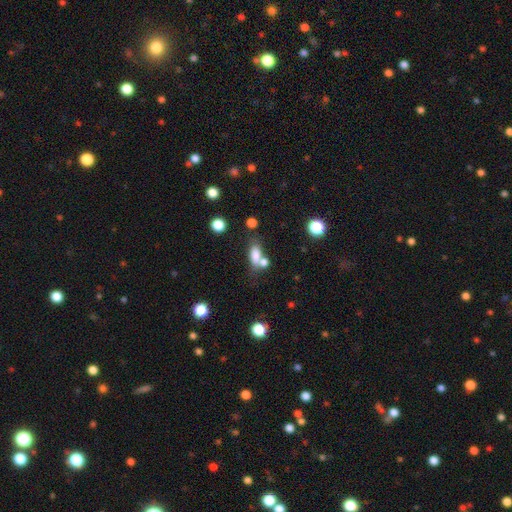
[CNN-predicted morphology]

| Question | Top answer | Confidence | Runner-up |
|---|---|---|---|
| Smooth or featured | smooth | 77% | featured or disk (12%) |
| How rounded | in between | 76% | cigar-shaped (14%) |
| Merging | none | 44% | merger (36%) |